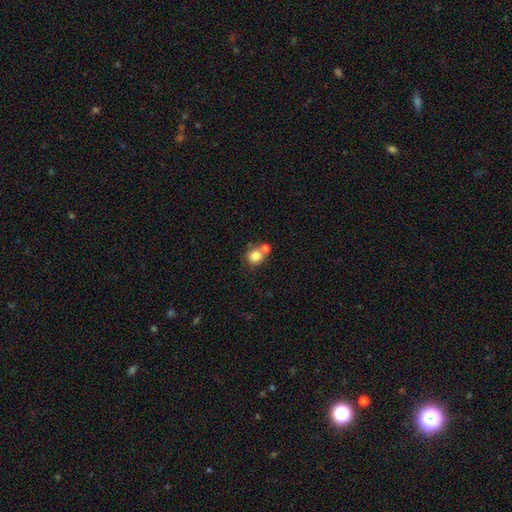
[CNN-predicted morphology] Smooth or featured?
  - smooth: 82% *
  - star or artifact: 10%
  - featured or disk: 8%
How rounded?
  - round: 86% *
  - in between: 13%
  - cigar-shaped: 1%
Merging?
  - none: 51% *
  - merger: 36%
  - minor disturbance: 9%
  - major disturbance: 4%